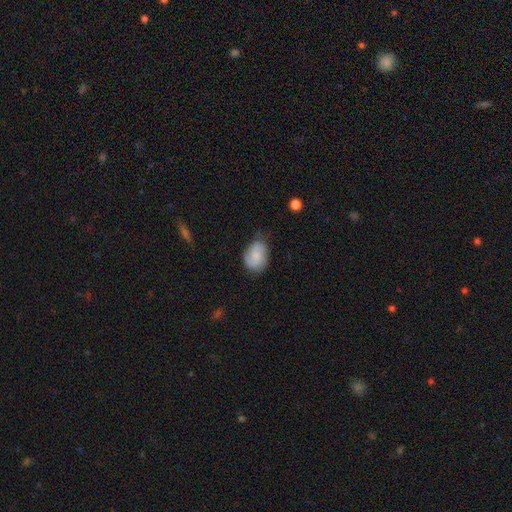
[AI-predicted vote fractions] Overall: smooth (60%; featured or disk 32%). How rounded: in between (67%; round 32%). Merging: none (59%; minor disturbance 30%).